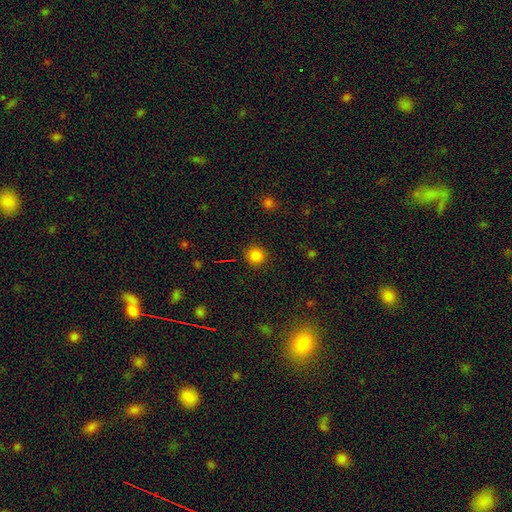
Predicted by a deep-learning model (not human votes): A smooth galaxy with no disk features (83%) that is round (94%). Merging: none (91%).